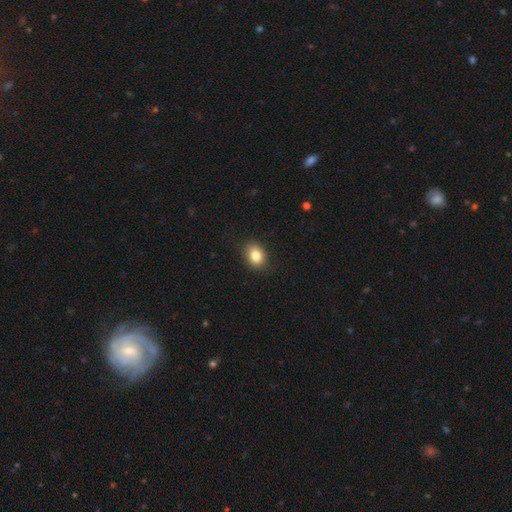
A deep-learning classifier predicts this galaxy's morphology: smooth-or-featured: smooth: 84% | star or artifact: 9% | featured or disk: 7%
  how-rounded: in between: 55% | round: 44% | cigar-shaped: 1%
  merging: none: 87% | minor disturbance: 10% | major disturbance: 2% | merger: 1%